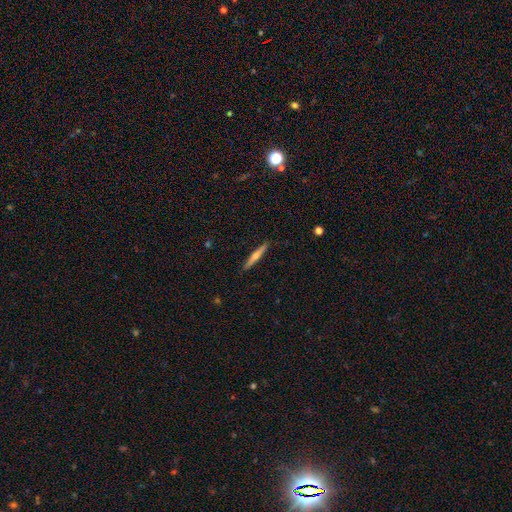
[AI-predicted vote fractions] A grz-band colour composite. It shows a featured or disk galaxy (50%) viewed edge-on (97%). Merging: none (91%).